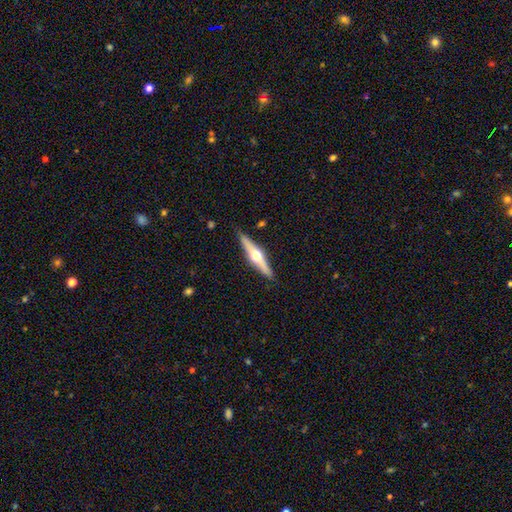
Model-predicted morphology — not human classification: A featured or disk galaxy (70%) viewed edge-on (97%) with a rounded central bulge (95%).

Vote fractions:
- Smooth or featured? featured or disk: 70% / smooth: 25% / star or artifact: 5%
- Edge-on disk? yes: 97% / no: 3%
- Edge-on bulge? rounded: 95% / boxy: 2% / none: 2%
- Merging? none: 88% / minor disturbance: 9% / major disturbance: 2% / merger: 1%